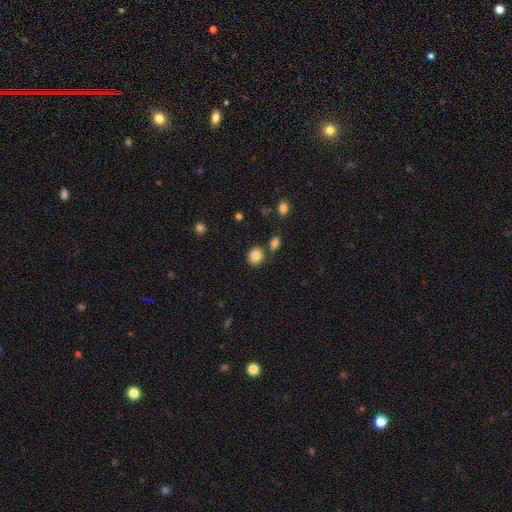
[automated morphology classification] smooth 85%, star or artifact 9%, featured or disk 6%. Down the decision tree: how rounded — round (77%); merging — none (80%).